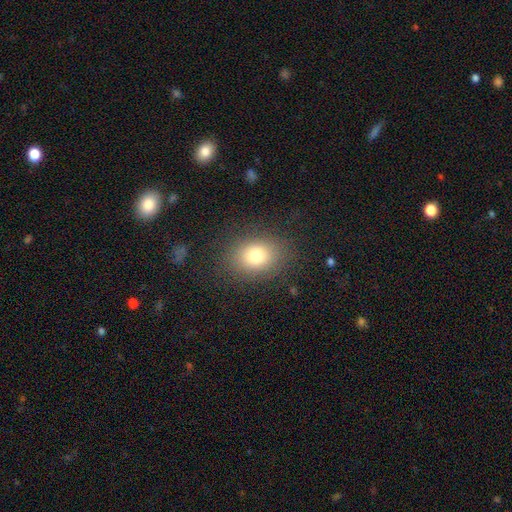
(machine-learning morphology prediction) Smooth or featured: smooth — 77% (star or artifact — 13%)
How rounded: in between — 50% (round — 49%)
Merging: none — 83% (minor disturbance — 10%)